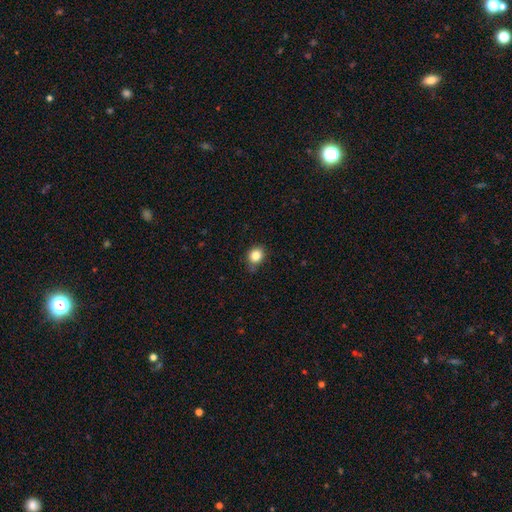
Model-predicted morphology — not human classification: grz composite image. It shows a smooth galaxy with no disk features (83%) that is round (74%). Merging: none (75%).